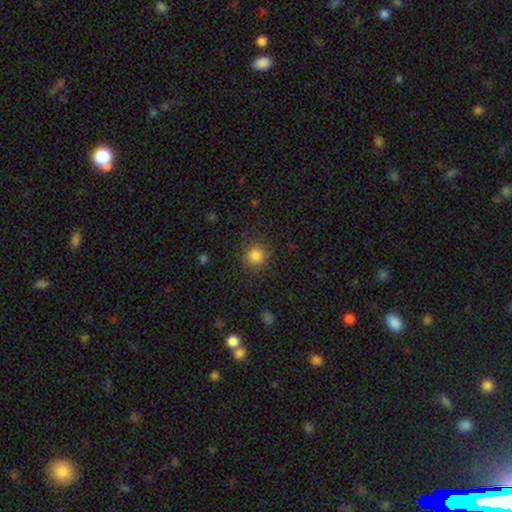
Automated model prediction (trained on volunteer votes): This appears to be a smooth galaxy with no disk features (85%) that is round (91%). Merging: none (86%).